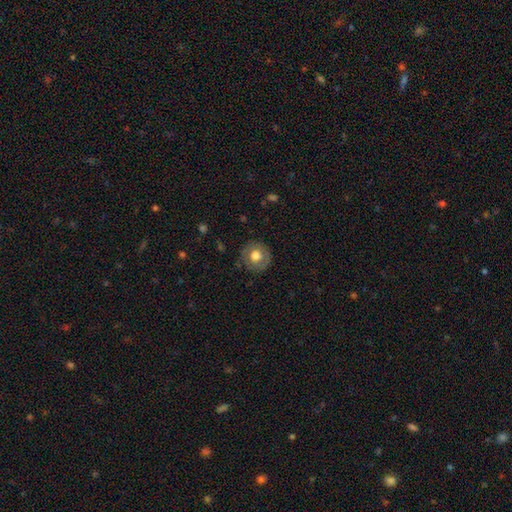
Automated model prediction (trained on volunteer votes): Morphology: type=smooth (64%); roundness=round (90%); merging=none (82%).